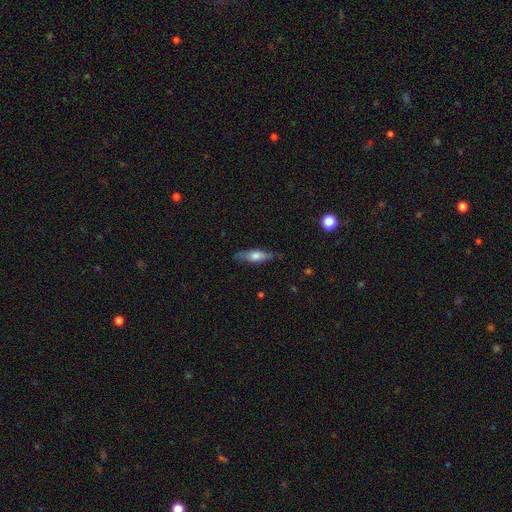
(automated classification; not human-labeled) A smooth galaxy with no disk features (54%) that is in between round and cigar-shaped (51%).

Vote fractions:
- Smooth or featured? smooth: 54% / featured or disk: 39% / star or artifact: 7%
- How rounded? in between: 51% / cigar-shaped: 46% / round: 3%
- Merging? none: 77% / minor disturbance: 18% / major disturbance: 4% / merger: 1%